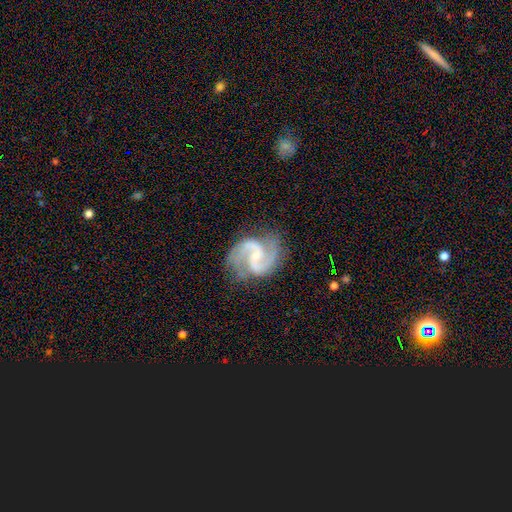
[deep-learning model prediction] This appears to be a featured or disk galaxy (93%) with a weak bar (49%), 2 (92%) medium (64%) spiral arms (98%) and a small central bulge (72%). Merging: none (77%).